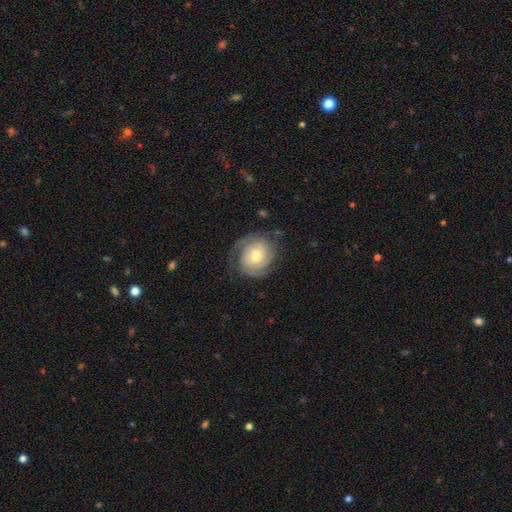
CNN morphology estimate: The model was most divided on "bulge size": moderate: 58%, small: 35%, large: 4%, none: 1%, dominant: 1%. Remaining: edge-on disk — no (98%); spiral arms — yes (96%); smooth or featured — featured or disk (83%); merging — none (73%); spiral winding — tight (66%); bar — no (64%); spiral arm count — 2 (49%).